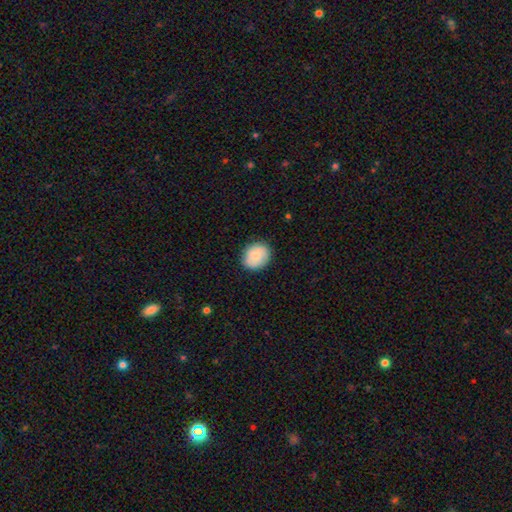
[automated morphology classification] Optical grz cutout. It shows a smooth galaxy with no disk features (81%) that is round (63%). Merging: none (86%).